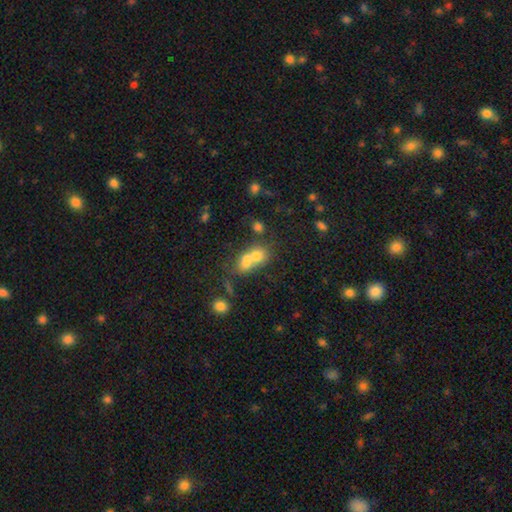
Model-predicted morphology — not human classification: Overall: smooth (66%). How rounded: round (59%; in between 39%). Merging: merger (66%).